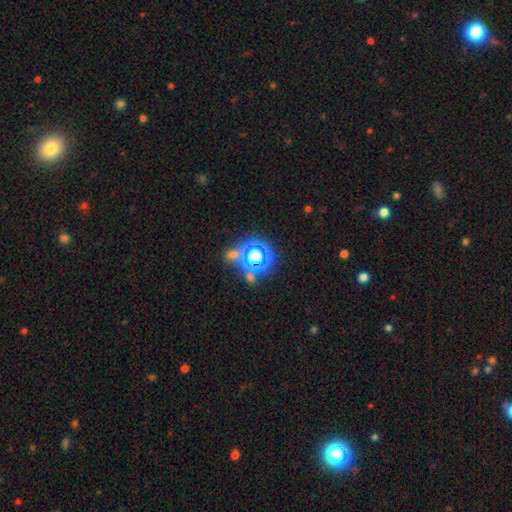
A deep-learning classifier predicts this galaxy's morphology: smooth-or-featured: smooth: 46% | star or artifact: 41% | featured or disk: 12%
  merging: none: 55% | merger: 24% | minor disturbance: 12% | major disturbance: 9%